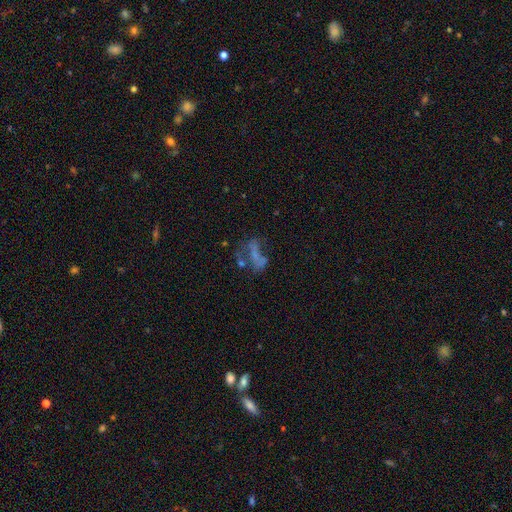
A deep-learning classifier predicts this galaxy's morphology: smooth-or-featured: featured or disk: 47% | smooth: 31% | star or artifact: 22%
  merging: major disturbance: 33% | none: 30% | merger: 22% | minor disturbance: 15%